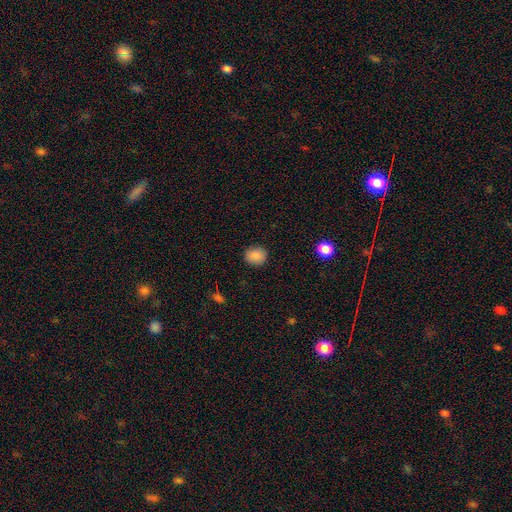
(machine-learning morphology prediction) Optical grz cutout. It shows a smooth galaxy with no disk features (87%) that is round (70%). Merging: none (89%).